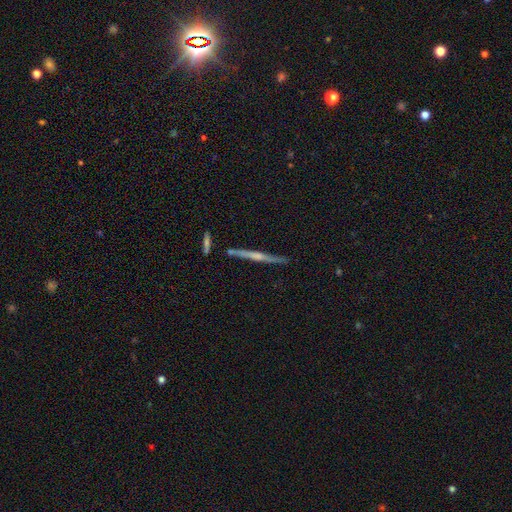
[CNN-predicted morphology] This is likely a featured or disk galaxy (69%). It is clearly viewed edge-on (97%). Edge-on bulge: possibly rounded (53%). Merging: clearly none (85%).